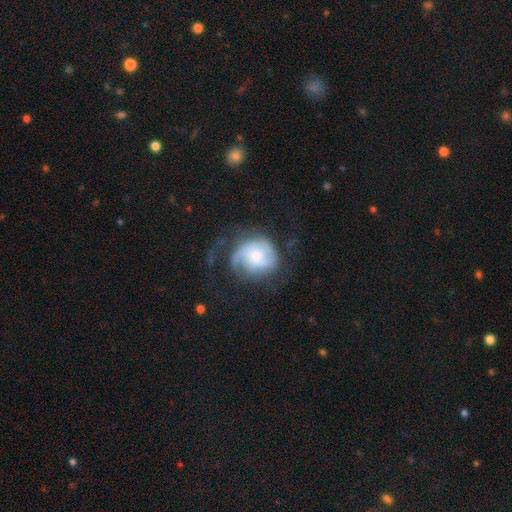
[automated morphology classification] A featured or disk galaxy (70%) with no bar (65%), 2 (35%) medium (41%) spiral arms (90%) and a moderate central bulge (42%).

Vote fractions:
- Smooth or featured? featured or disk: 70% / smooth: 23% / star or artifact: 7%
- Edge-on disk? no: 98% / yes: 2%
- Bar? no: 65% / weak: 29% / strong: 6%
- Spiral arms? yes: 90% / no: 10%
- Spiral winding? medium: 41% / loose: 30% / tight: 29%
- Spiral arm count? 2: 35% / can't tell: 22% / 3: 19% / 1: 16% / 4: 5% / more than 4: 4%
- Bulge size? moderate: 42% / small: 41% / large: 10% / none: 5% / dominant: 2%
- Merging? none: 50% / major disturbance: 26% / minor disturbance: 22% / merger: 2%